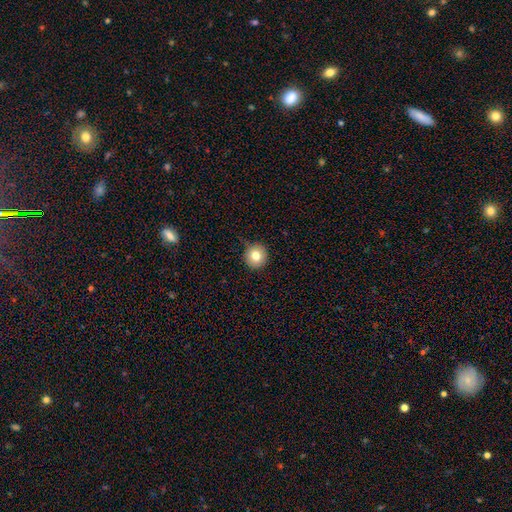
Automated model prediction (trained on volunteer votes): This is likely a smooth galaxy (79%). How rounded: clearly round (95%). Merging: clearly none (83%).